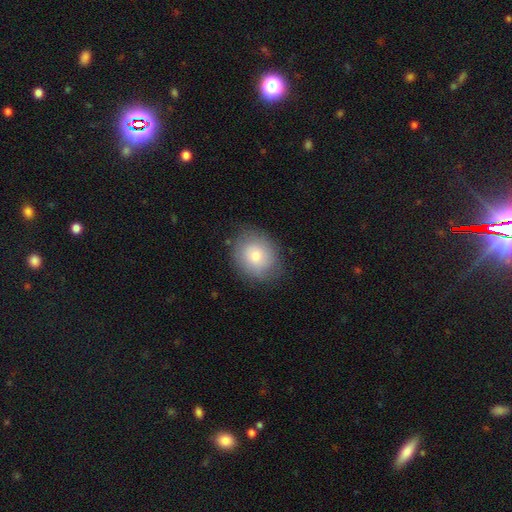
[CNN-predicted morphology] smooth 72%, featured or disk 18%, star or artifact 9%. Down the decision tree: how rounded — round (66%); merging — none (82%).